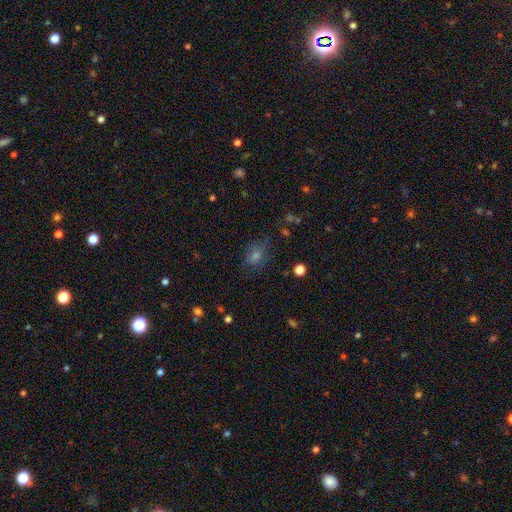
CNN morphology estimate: A smooth galaxy with no disk features (53%) that is in between round and cigar-shaped (56%). Merging: none (72%).